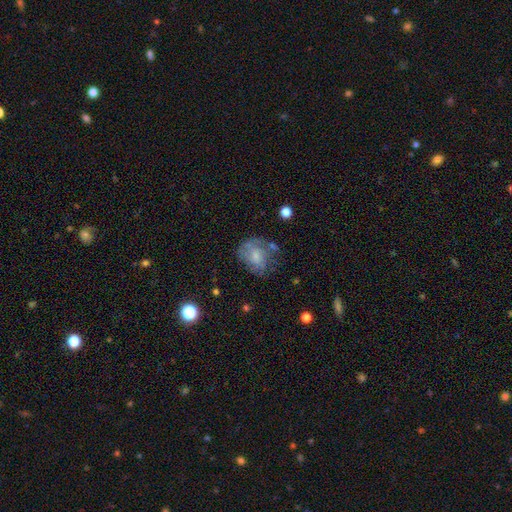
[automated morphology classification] featured or disk 48%, smooth 42%, star or artifact 10%. Down the decision tree: merging — none (49%).